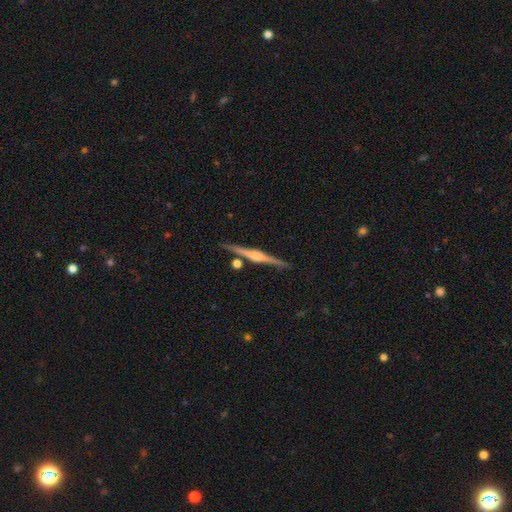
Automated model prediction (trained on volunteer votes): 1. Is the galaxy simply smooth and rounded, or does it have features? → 83% featured or disk, 11% smooth, 6% star or artifact.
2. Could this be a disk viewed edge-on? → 98% yes, 2% no.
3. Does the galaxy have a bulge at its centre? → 85% rounded, 10% boxy, 5% none.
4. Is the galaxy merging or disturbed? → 87% none, 7% minor disturbance, 4% merger, 2% major disturbance.